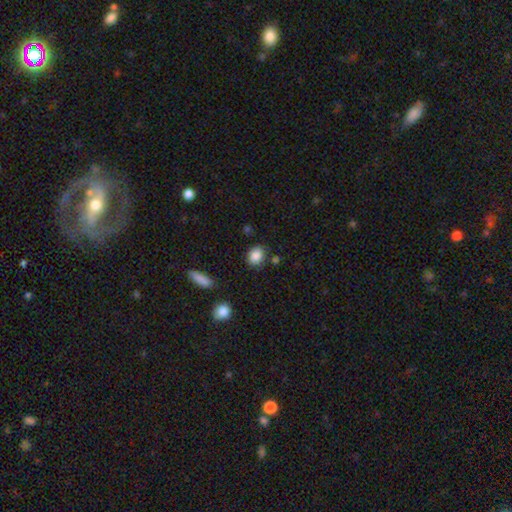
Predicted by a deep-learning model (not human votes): smooth_or_featured: smooth (p=0.87) [alt: star or artifact p=0.09]
how_rounded: in between (p=0.52) [alt: round p=0.47]
merging: none (p=0.80) [alt: minor disturbance p=0.13]